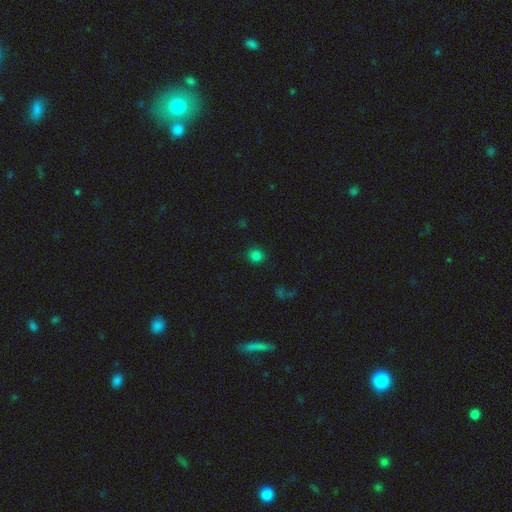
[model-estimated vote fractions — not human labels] A smooth galaxy with no disk features (81%) that is round (92%). Merging: none (90%).